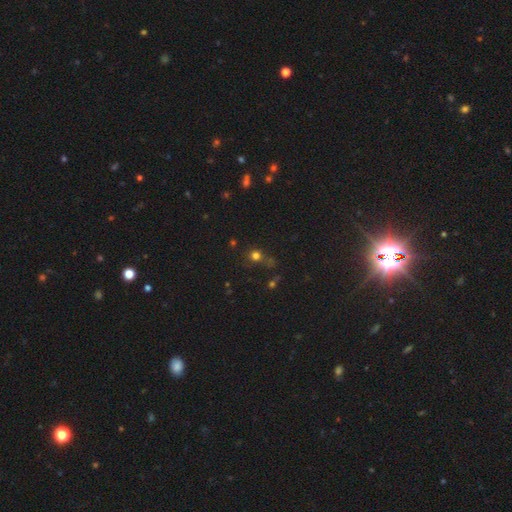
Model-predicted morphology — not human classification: smooth 65%, star or artifact 27%, featured or disk 7%. Down the decision tree: how rounded — round (90%); merging — none (68%).